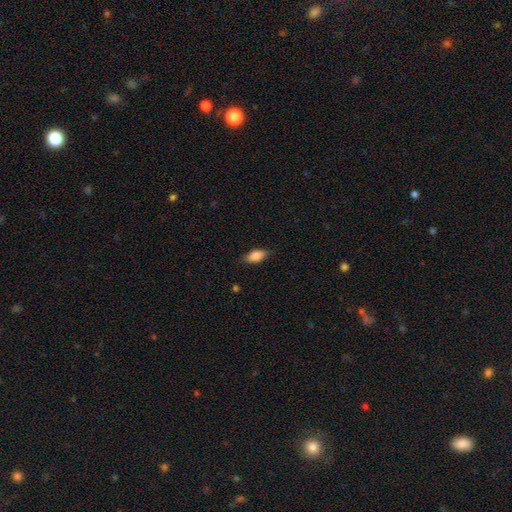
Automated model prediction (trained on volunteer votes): smooth 83%, featured or disk 10%, star or artifact 7%. Down the decision tree: how rounded — in between (86%); merging — none (83%).